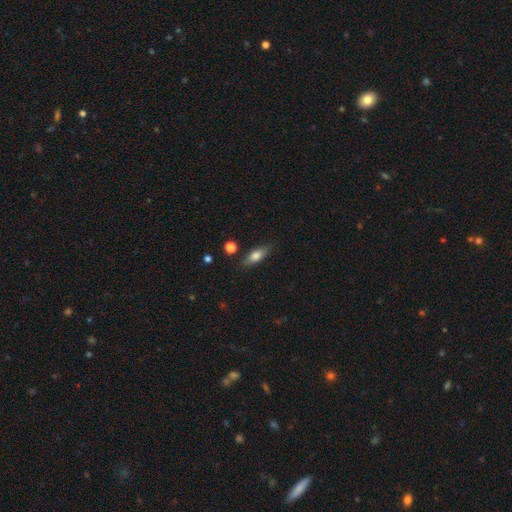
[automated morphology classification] The model was most divided on "how rounded": in between: 65%, cigar-shaped: 30%, round: 4%. More confident: merging — none (81%); smooth or featured — smooth (71%).